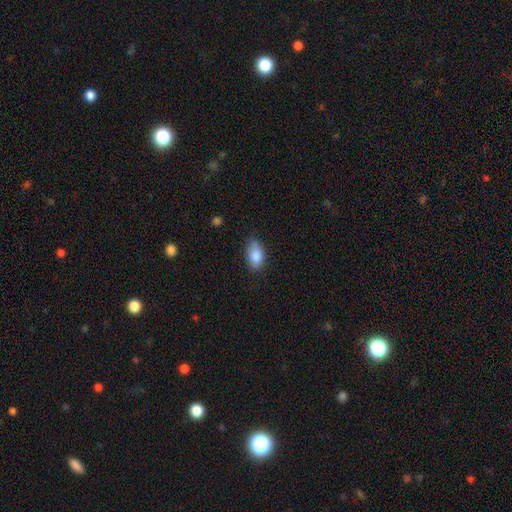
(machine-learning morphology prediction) This is clearly a smooth galaxy (85%). How rounded: clearly in between (91%). Merging: likely none (67%).